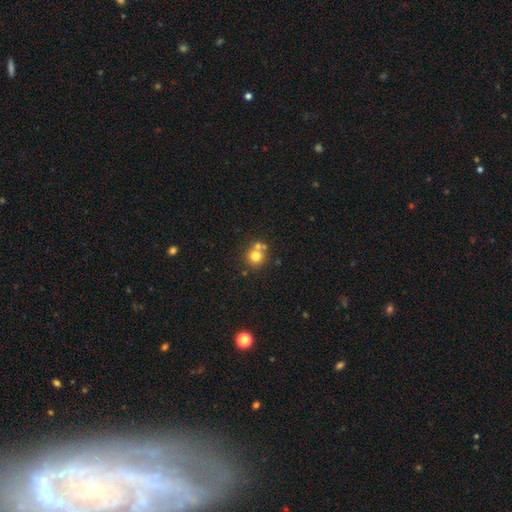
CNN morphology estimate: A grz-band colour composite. It shows a smooth galaxy with no disk features (73%) that is round (90%). Merging: none (58%).